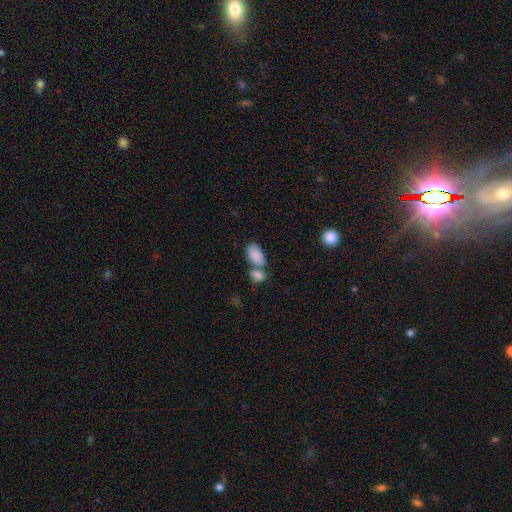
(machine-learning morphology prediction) This appears to be a smooth galaxy with no disk features (87%) that is in between round and cigar-shaped (94%). Merging: merger (46%).